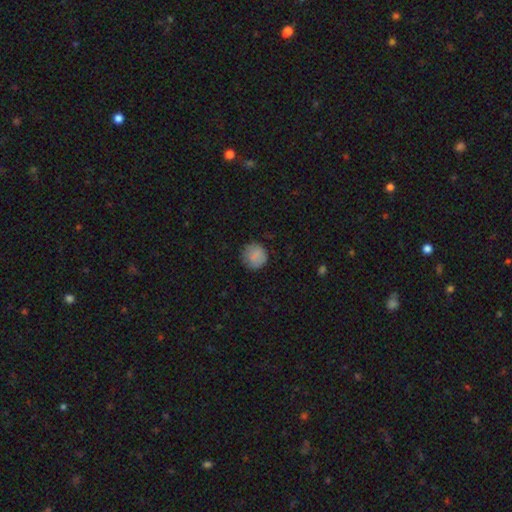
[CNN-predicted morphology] type=smooth (86%); roundness=round (93%); merging=none (83%).